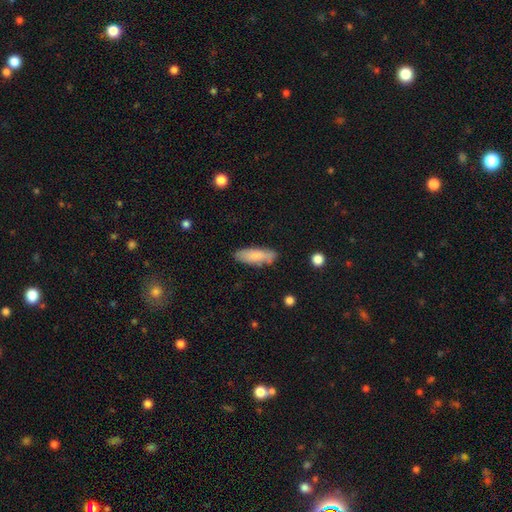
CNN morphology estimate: This appears to be a smooth galaxy with no disk features (81%) that is in between round and cigar-shaped (54%). Merging: none (77%).